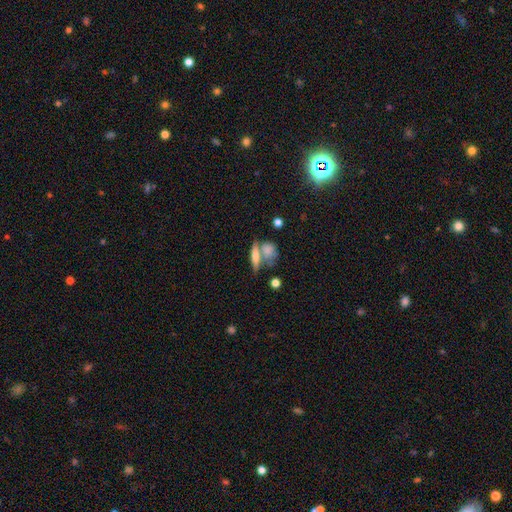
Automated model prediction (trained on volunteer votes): A smooth galaxy with no disk features (55%) that is cigar-shaped (49%).

Vote fractions:
- Smooth or featured? smooth: 55% / featured or disk: 36% / star or artifact: 9%
- How rounded? cigar-shaped: 49% / in between: 38% / round: 13%
- Merging? none: 50% / merger: 34% / minor disturbance: 11% / major disturbance: 5%